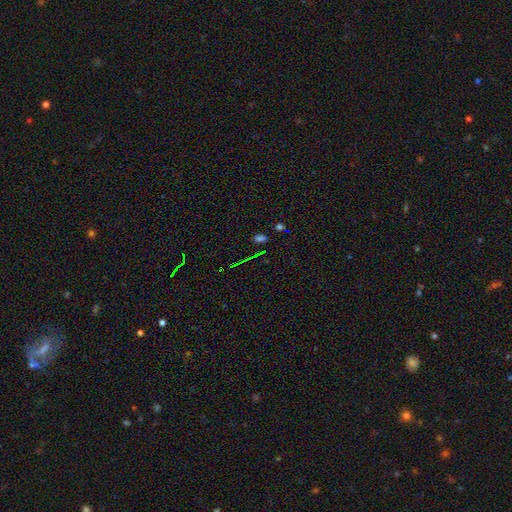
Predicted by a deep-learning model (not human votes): Smooth or featured? star or artifact (53%)